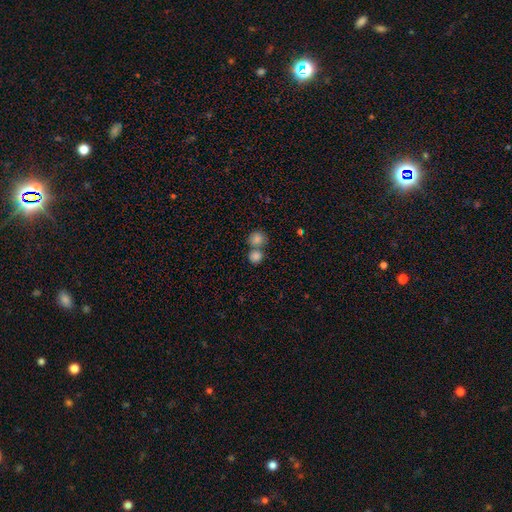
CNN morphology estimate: Smooth or featured? smooth (83%)
How rounded? round (82%)
Merging? none (46%)